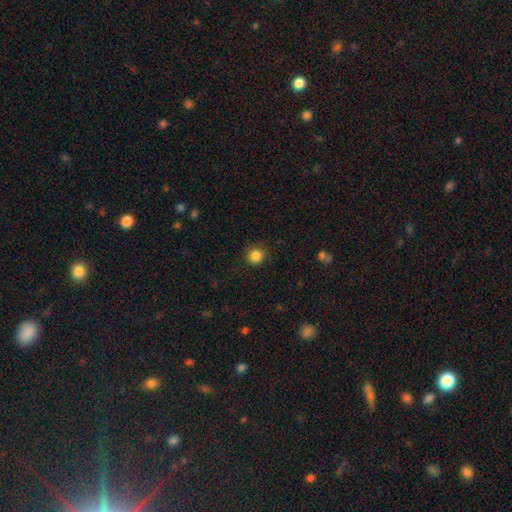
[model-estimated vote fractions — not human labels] This is clearly a smooth galaxy (85%). How rounded: clearly round (93%). Merging: clearly none (87%).